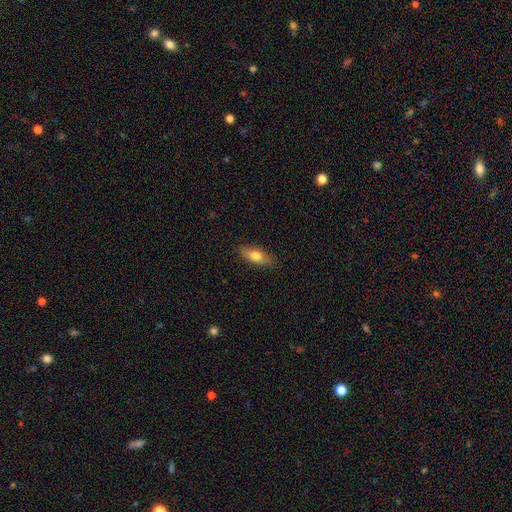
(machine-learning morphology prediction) Overall: smooth (71%). How rounded: in between (69%). Merging: none (87%).